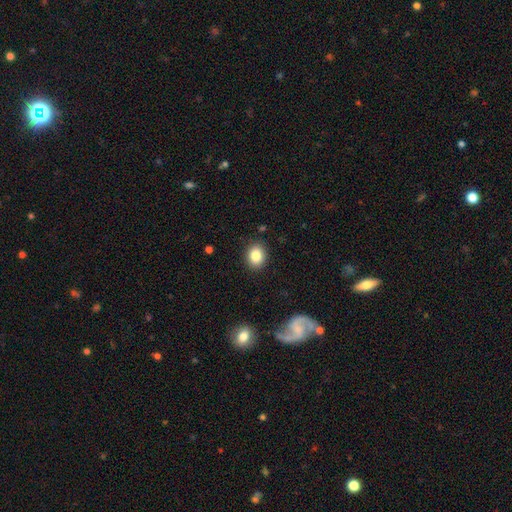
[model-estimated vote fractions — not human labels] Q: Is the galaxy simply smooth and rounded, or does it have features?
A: smooth — 85%.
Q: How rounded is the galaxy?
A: round — 51%.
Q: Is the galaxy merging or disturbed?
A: none — 89%.